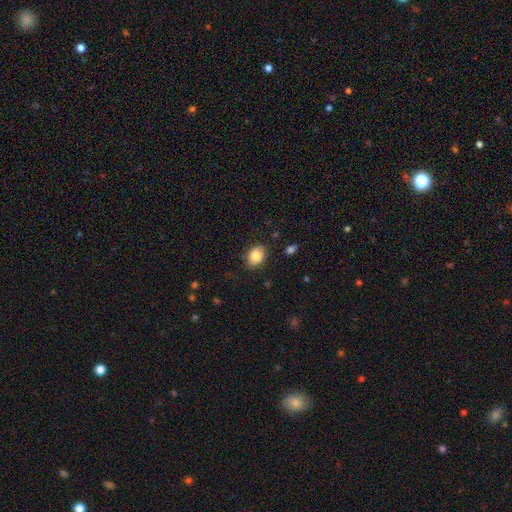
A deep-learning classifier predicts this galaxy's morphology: This appears to be a smooth galaxy with no disk features (82%) that is in between round and cigar-shaped (69%). Merging: none (81%).